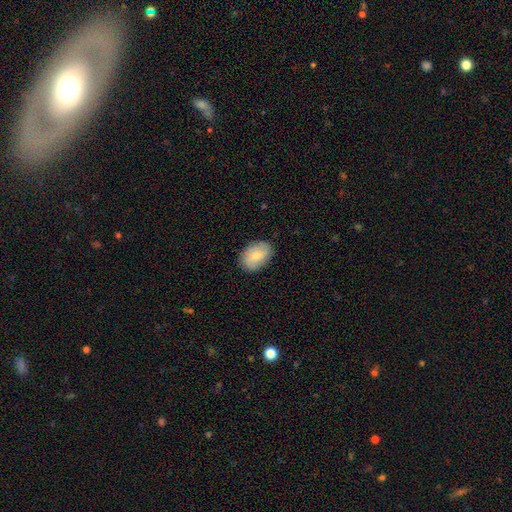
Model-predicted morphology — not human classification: Q: Smooth or featured?
A: smooth (78%); runner-up: featured or disk (16%)
Q: How rounded?
A: in between (83%); runner-up: round (16%)
Q: Merging?
A: none (85%); runner-up: minor disturbance (11%)